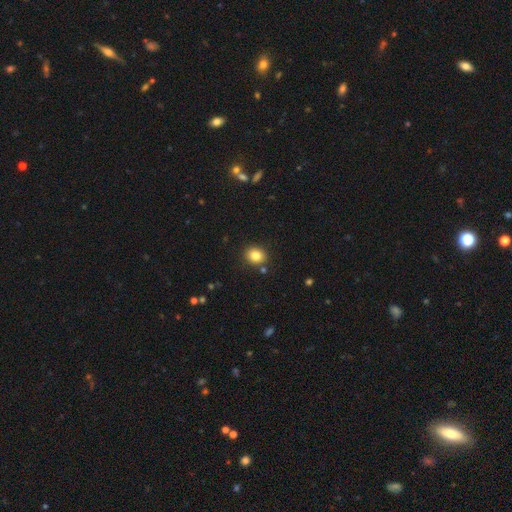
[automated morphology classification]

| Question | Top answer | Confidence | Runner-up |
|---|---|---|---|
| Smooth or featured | smooth | 83% | star or artifact (11%) |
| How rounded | round | 73% | in between (26%) |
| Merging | none | 85% | minor disturbance (8%) |